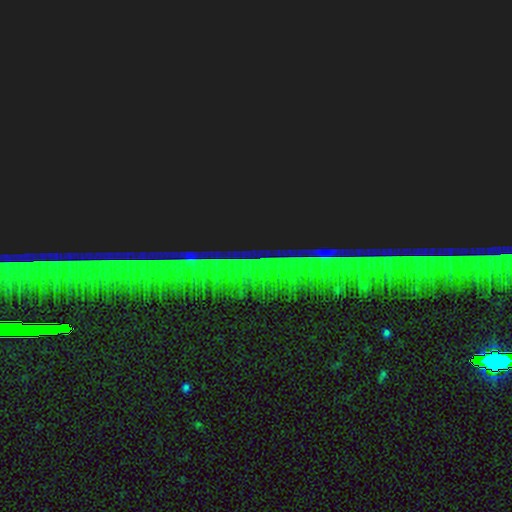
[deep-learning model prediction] The model was most divided on "smooth or featured": star or artifact: 86%, featured or disk: 8%, smooth: 6%.